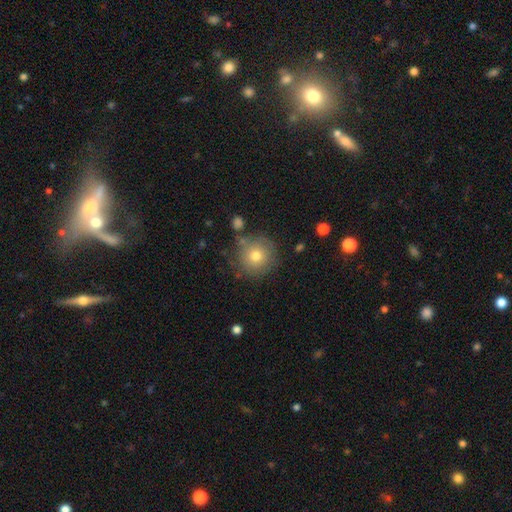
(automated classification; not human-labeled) This appears to be a smooth galaxy with no disk features (74%) that is round (94%). Merging: none (76%).